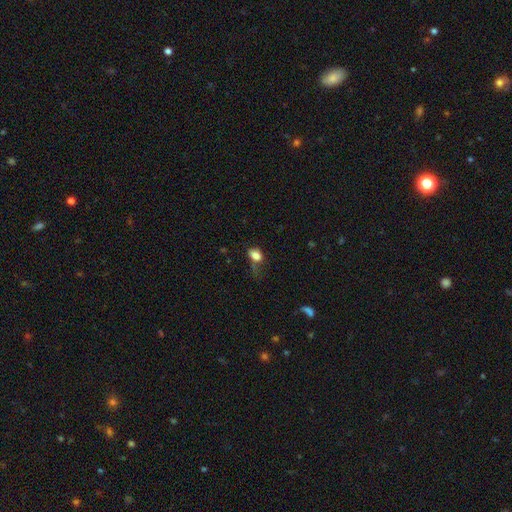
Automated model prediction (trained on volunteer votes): A smooth galaxy with no disk features (80%) that is in between round and cigar-shaped (76%).

Vote fractions:
- Smooth or featured? smooth: 80% / star or artifact: 10% / featured or disk: 10%
- How rounded? in between: 76% / round: 22% / cigar-shaped: 2%
- Merging? none: 34% / major disturbance: 32% / minor disturbance: 29% / merger: 6%